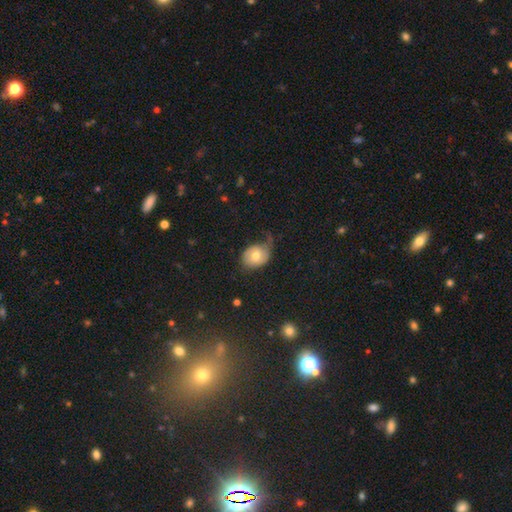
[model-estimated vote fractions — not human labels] smooth 63%, featured or disk 28%, star or artifact 9%. Down the decision tree: how rounded — in between (55%); merging — none (35%).